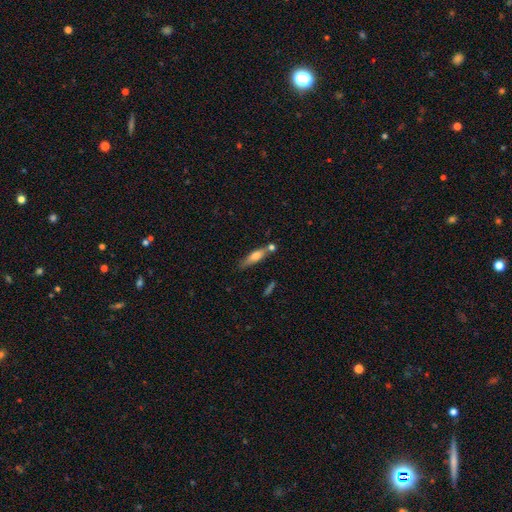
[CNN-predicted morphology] Smooth or featured? smooth (58%)
How rounded? cigar-shaped (69%)
Merging? none (62%)